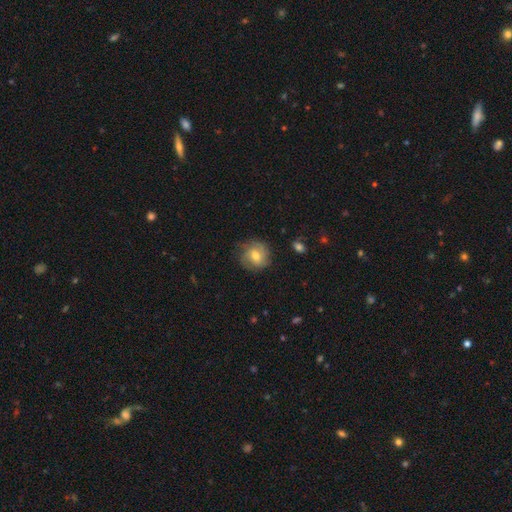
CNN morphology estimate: A featured or disk galaxy (48%). Merging: none (76%).